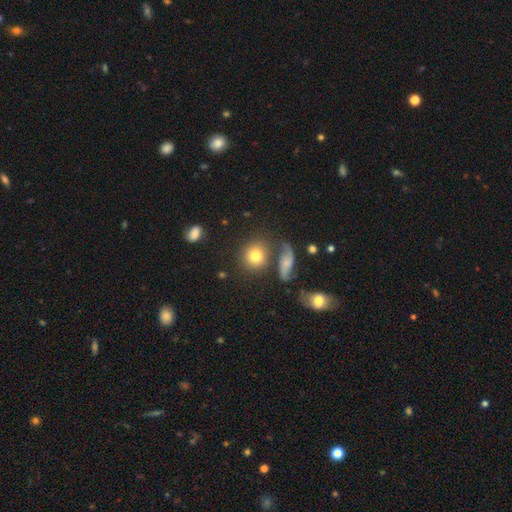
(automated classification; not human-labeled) smooth_or_featured: smooth (p=0.76) [alt: featured or disk p=0.13]
how_rounded: round (p=0.83) [alt: in between p=0.16]
merging: none (p=0.69) [alt: minor disturbance p=0.12]